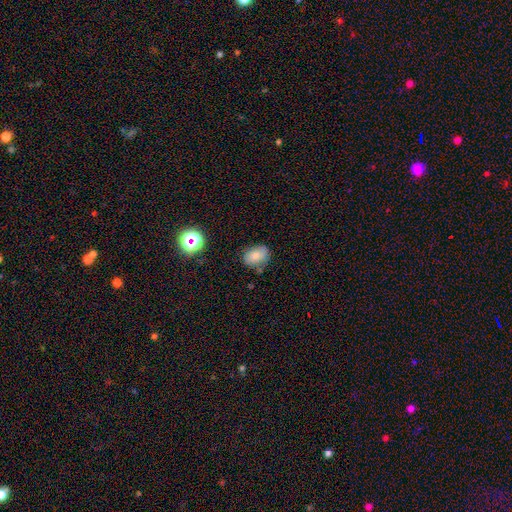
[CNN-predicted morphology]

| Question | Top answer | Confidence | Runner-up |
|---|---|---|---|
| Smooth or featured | smooth | 75% | featured or disk (13%) |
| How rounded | in between | 73% | round (26%) |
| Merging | none | 71% | minor disturbance (21%) |